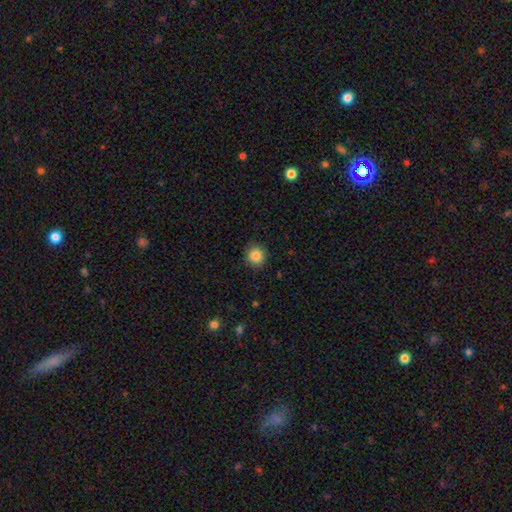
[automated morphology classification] The model was most divided on "smooth or featured": smooth: 85%, star or artifact: 10%, featured or disk: 5%. More confident: how rounded — round (91%); merging — none (90%).